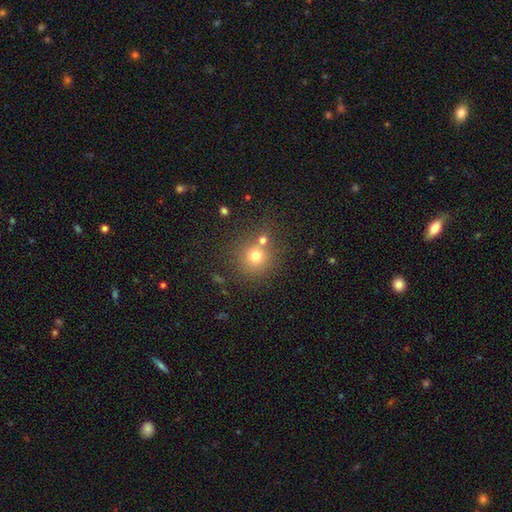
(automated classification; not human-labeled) A smooth galaxy with no disk features (72%) that is round (91%).

Vote fractions:
- Smooth or featured? smooth: 72% / star or artifact: 16% / featured or disk: 12%
- How rounded? round: 91% / in between: 8% / cigar-shaped: 1%
- Merging? none: 62% / merger: 25% / minor disturbance: 9% / major disturbance: 4%